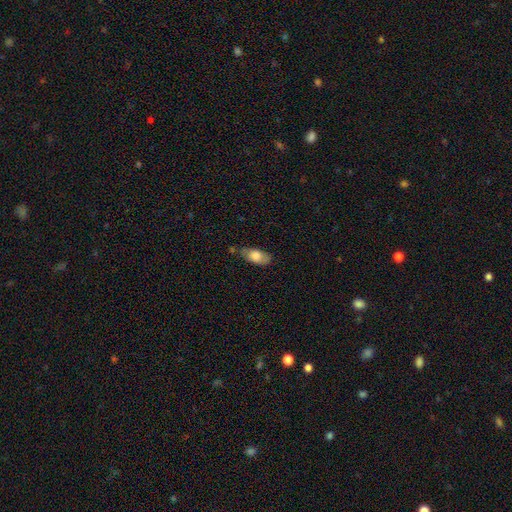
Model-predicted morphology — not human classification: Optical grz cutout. It shows a smooth galaxy with no disk features (75%) that is in between round and cigar-shaped (87%). Merging: none (64%).